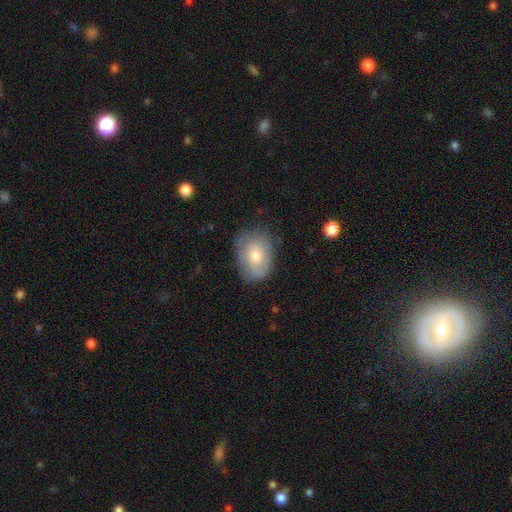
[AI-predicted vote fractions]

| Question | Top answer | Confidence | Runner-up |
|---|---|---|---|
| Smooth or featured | smooth | 62% | featured or disk (31%) |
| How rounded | in between | 72% | round (27%) |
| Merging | none | 69% | minor disturbance (23%) |